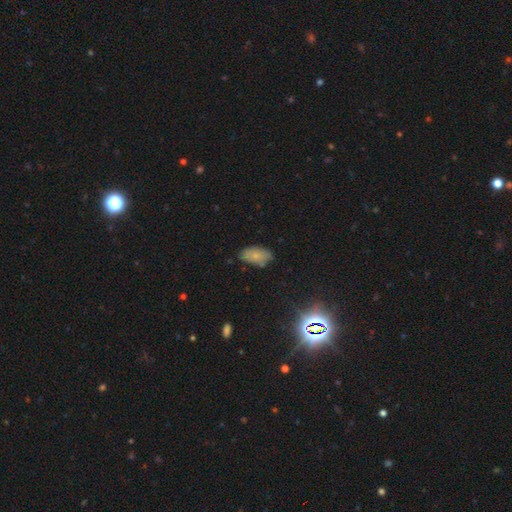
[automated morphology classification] Q: Smooth or featured?
A: smooth (75%); runner-up: featured or disk (14%)
Q: How rounded?
A: in between (92%); runner-up: round (4%)
Q: Merging?
A: none (74%); runner-up: minor disturbance (20%)